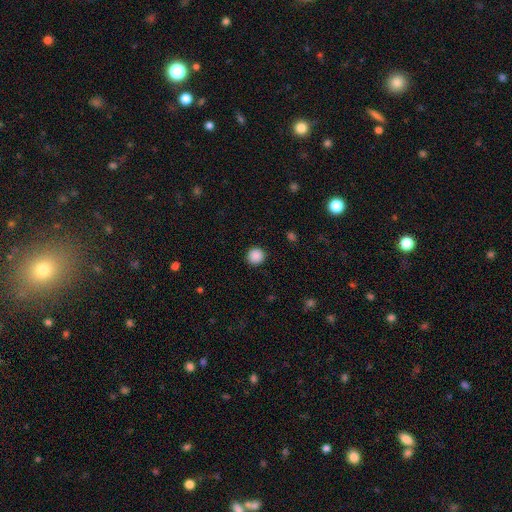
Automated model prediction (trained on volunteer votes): smooth-or-featured: smooth: 88% | star or artifact: 9% | featured or disk: 2%
  how-rounded: round: 95% | in between: 4% | cigar-shaped: 1%
  merging: none: 92% | minor disturbance: 5% | major disturbance: 2% | merger: 1%